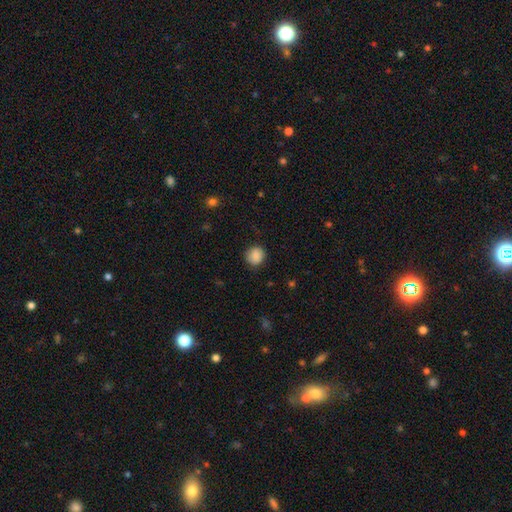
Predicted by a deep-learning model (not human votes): A smooth galaxy with no disk features (87%) that is round (86%).

Vote fractions:
- Smooth or featured? smooth: 87% / star or artifact: 8% / featured or disk: 5%
- How rounded? round: 86% / in between: 13% / cigar-shaped: 1%
- Merging? none: 83% / minor disturbance: 12% / major disturbance: 3% / merger: 1%